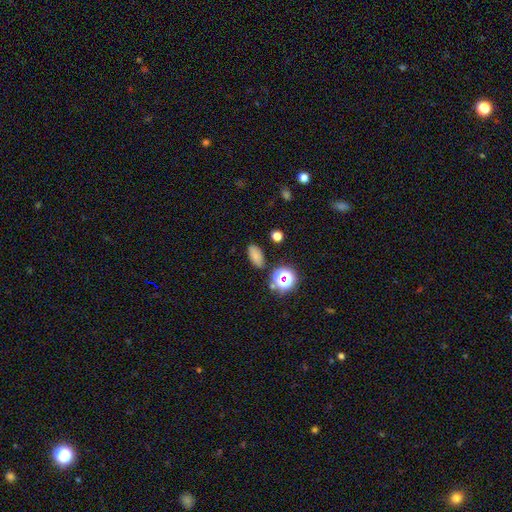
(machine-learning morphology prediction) This appears to be a smooth galaxy with no disk features (76%) that is in between round and cigar-shaped (86%). Merging: none (84%).